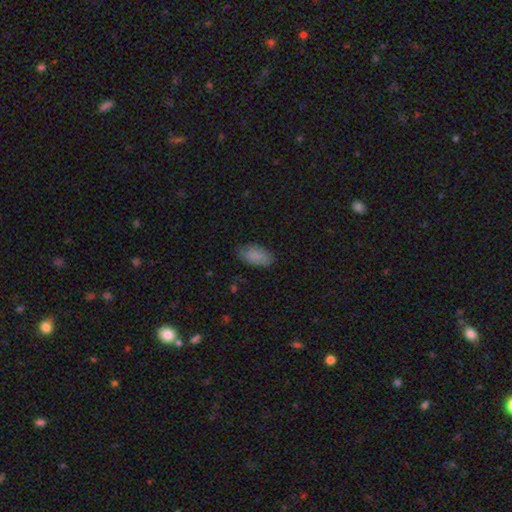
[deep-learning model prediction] Q: Smooth or featured?
A: smooth (87%); runner-up: star or artifact (7%)
Q: How rounded?
A: in between (93%); runner-up: cigar-shaped (4%)
Q: Merging?
A: none (80%); runner-up: minor disturbance (16%)